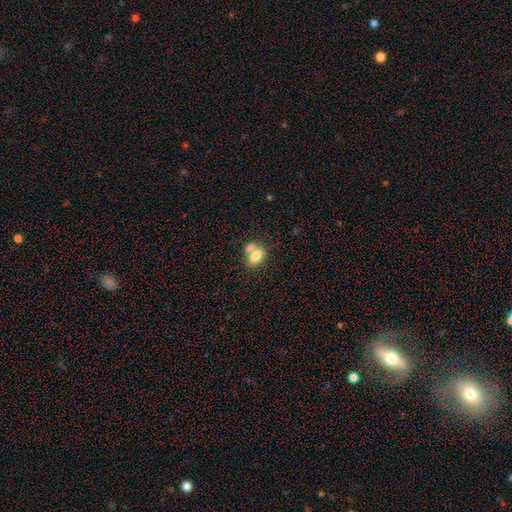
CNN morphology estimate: smooth_or_featured: smooth (p=0.74) [alt: featured or disk p=0.17]
how_rounded: in between (p=0.76) [alt: round p=0.22]
merging: merger (p=0.50) [alt: none p=0.34]